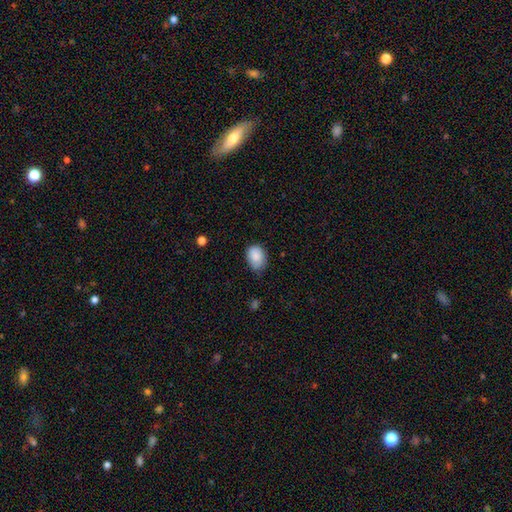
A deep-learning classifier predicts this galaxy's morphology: Smooth or featured: smooth — 86% (star or artifact — 7%)
How rounded: in between — 71% (round — 28%)
Merging: none — 60% (minor disturbance — 33%)